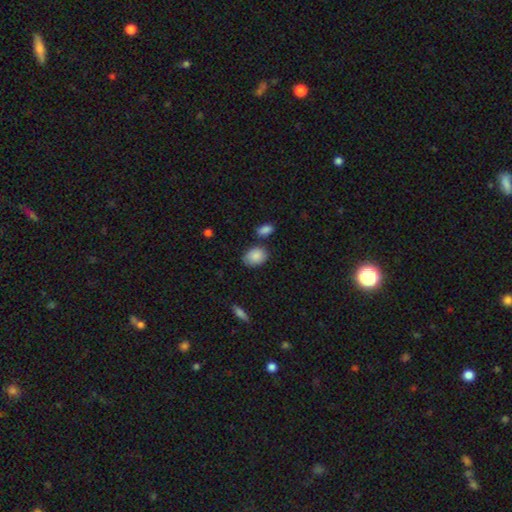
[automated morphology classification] Smooth or featured? smooth (88%)
How rounded? in between (74%)
Merging? none (72%)